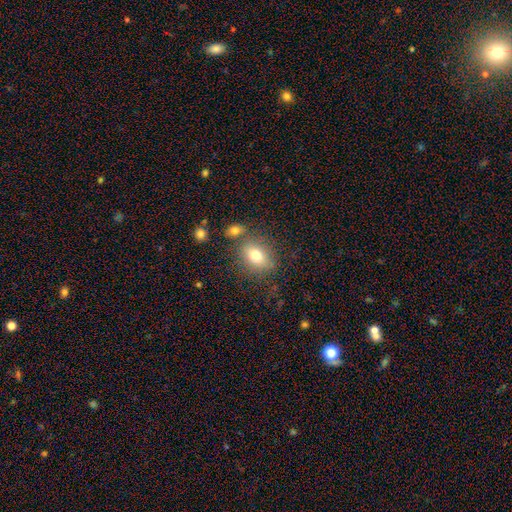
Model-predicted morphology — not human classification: This is likely a smooth galaxy (75%). How rounded: likely in between (62%). Merging: likely none (70%).